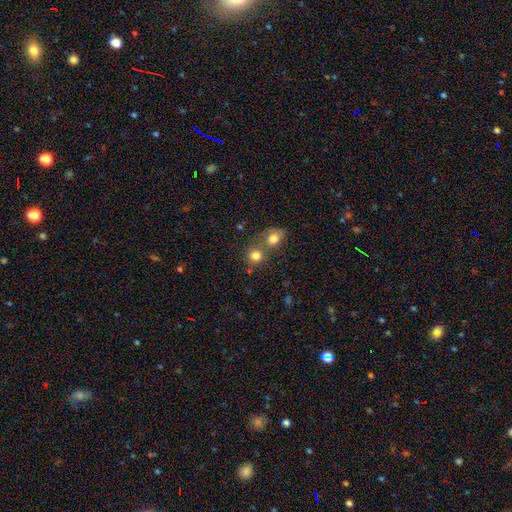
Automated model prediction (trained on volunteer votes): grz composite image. It shows a smooth galaxy with no disk features (81%) that is round (84%). Merging: none (49%).